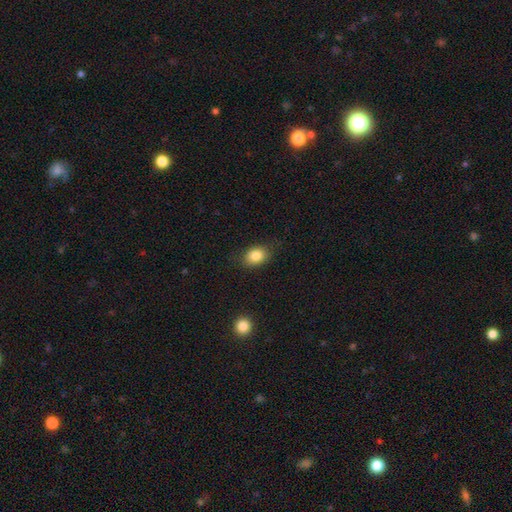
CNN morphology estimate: type=smooth (84%); roundness=in between (67%); merging=none (81%).